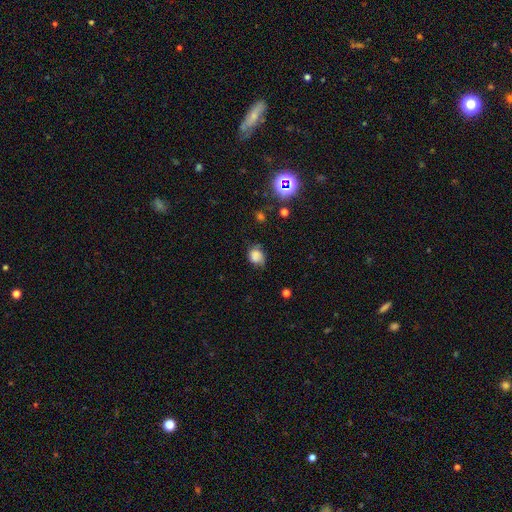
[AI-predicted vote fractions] A smooth galaxy with no disk features (75%) that is in between round and cigar-shaped (52%).

Vote fractions:
- Smooth or featured? smooth: 75% / star or artifact: 13% / featured or disk: 12%
- How rounded? in between: 52% / round: 47% / cigar-shaped: 1%
- Merging? none: 54% / minor disturbance: 33% / major disturbance: 10% / merger: 3%